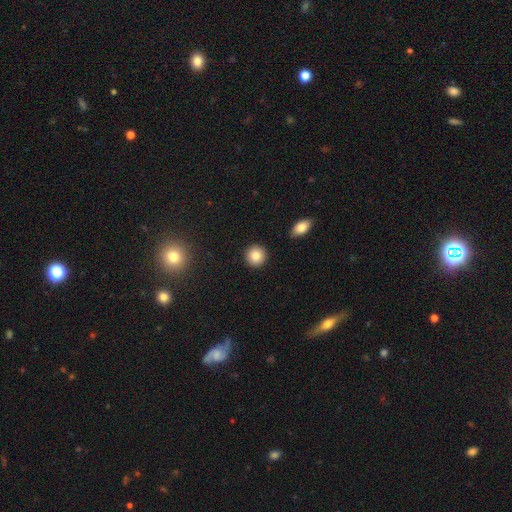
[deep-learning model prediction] A smooth galaxy with no disk features (86%) that is round (92%). Merging: none (91%).